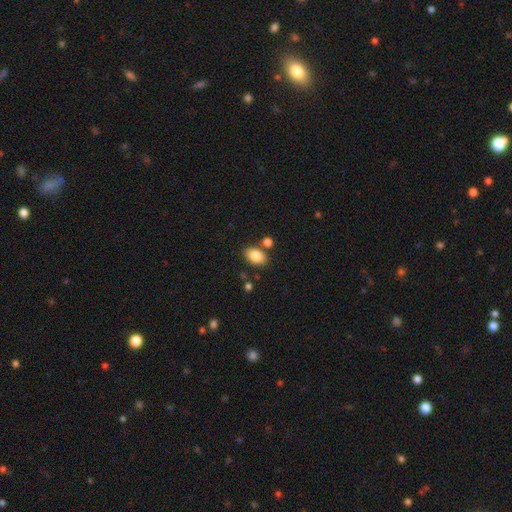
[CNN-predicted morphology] Smooth or featured?
  - smooth: 84% *
  - star or artifact: 8%
  - featured or disk: 8%
How rounded?
  - in between: 86% *
  - round: 13%
  - cigar-shaped: 1%
Merging?
  - none: 77% *
  - minor disturbance: 11%
  - merger: 10%
  - major disturbance: 3%